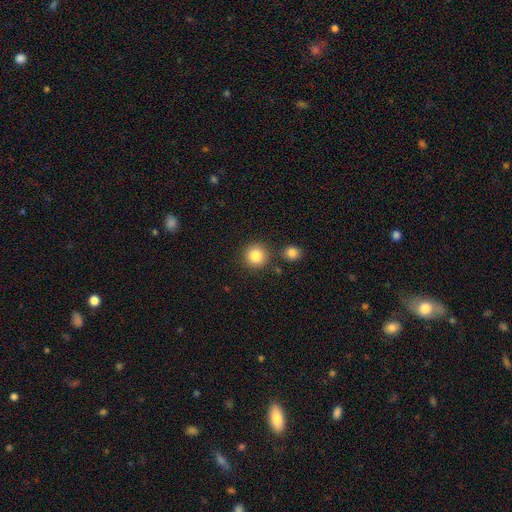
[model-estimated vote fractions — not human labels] This appears to be a smooth galaxy with no disk features (85%) that is round (93%). Merging: none (83%).